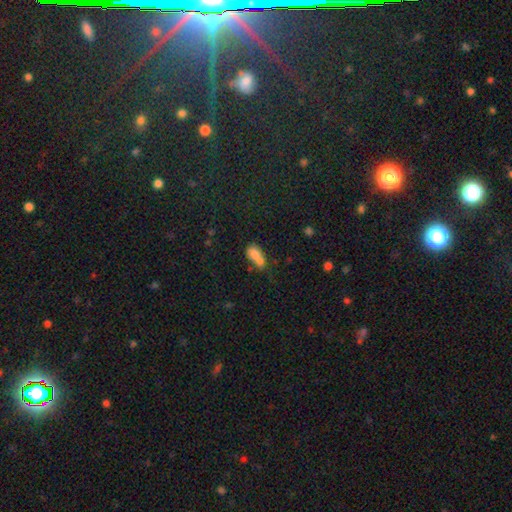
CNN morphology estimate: A smooth galaxy with no disk features (76%) that is in between round and cigar-shaped (75%). Merging: merger (60%).